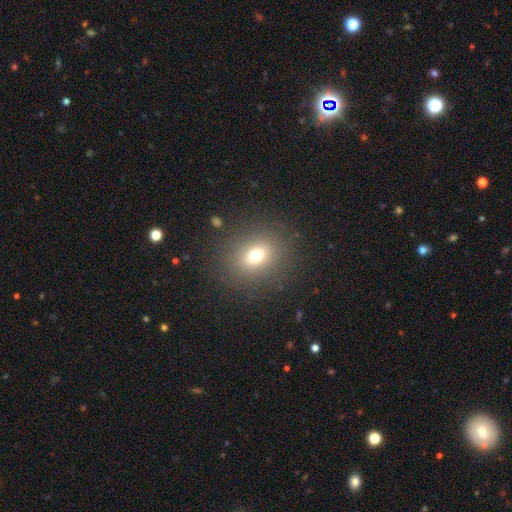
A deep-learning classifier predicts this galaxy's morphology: A smooth galaxy with no disk features (71%) that is round (62%). Merging: none (86%).